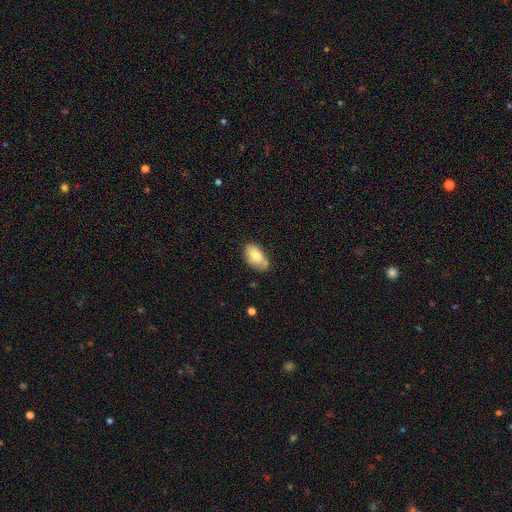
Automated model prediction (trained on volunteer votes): Smooth or featured? Predicted: smooth (p=0.74). How rounded? Predicted: in between (p=0.92). Merging? Predicted: none (p=0.62).